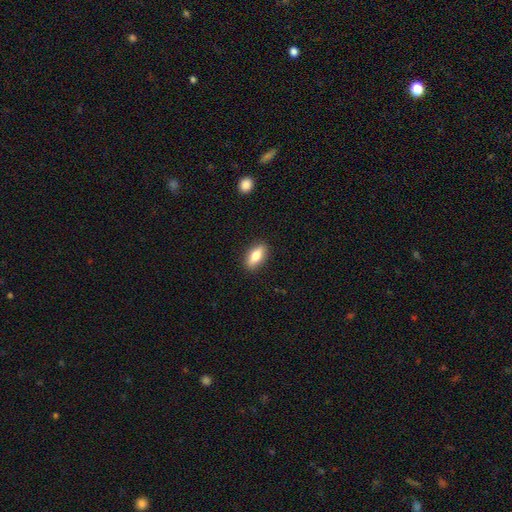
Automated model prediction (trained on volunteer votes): Smooth or featured?
  - smooth: 76% *
  - featured or disk: 18%
  - star or artifact: 7%
How rounded?
  - in between: 83% *
  - cigar-shaped: 13%
  - round: 4%
Merging?
  - none: 89% *
  - minor disturbance: 8%
  - major disturbance: 2%
  - merger: 1%